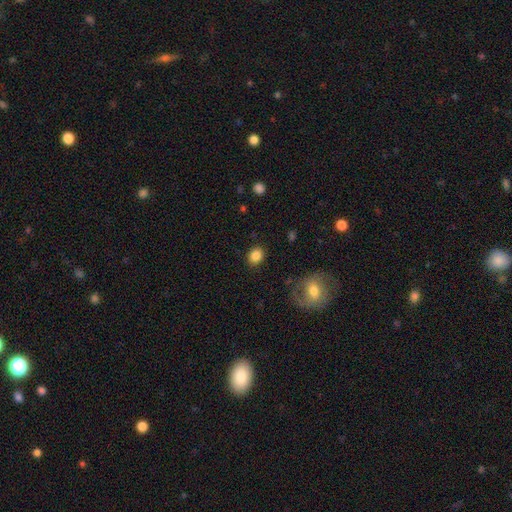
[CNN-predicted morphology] Q: Smooth or featured?
A: smooth (85%); runner-up: star or artifact (9%)
Q: How rounded?
A: round (62%); runner-up: in between (37%)
Q: Merging?
A: none (87%); runner-up: minor disturbance (9%)